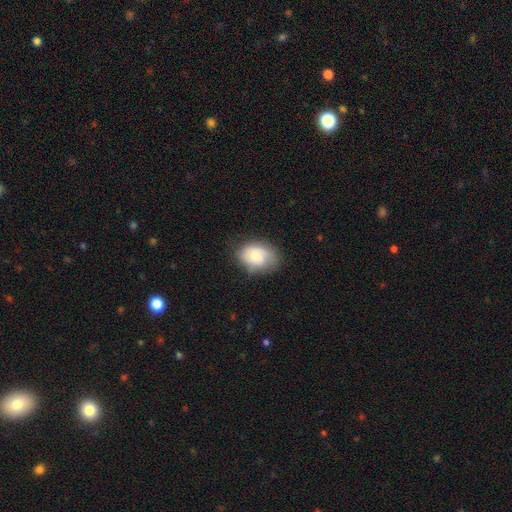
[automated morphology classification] type=smooth (69%); roundness=in between (68%); merging=none (63%).